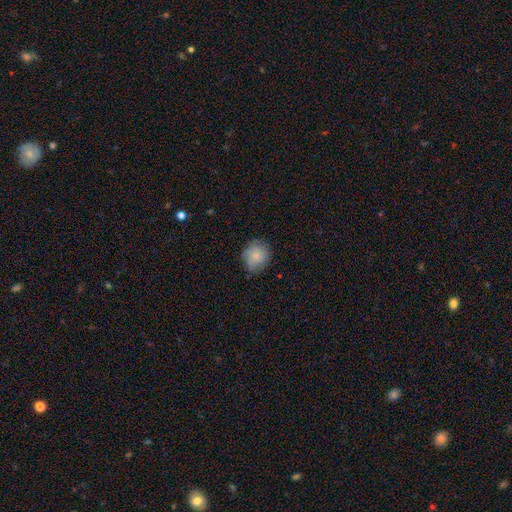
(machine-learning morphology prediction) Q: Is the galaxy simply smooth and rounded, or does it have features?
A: smooth — 80%.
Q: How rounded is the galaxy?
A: round — 82%.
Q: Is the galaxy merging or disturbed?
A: none — 71%.